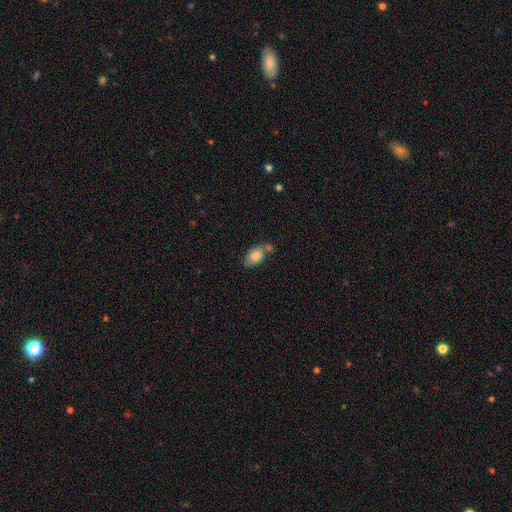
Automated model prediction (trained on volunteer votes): Overall: smooth (81%). How rounded: in between (88%). Merging: none (49%; merger 27%).